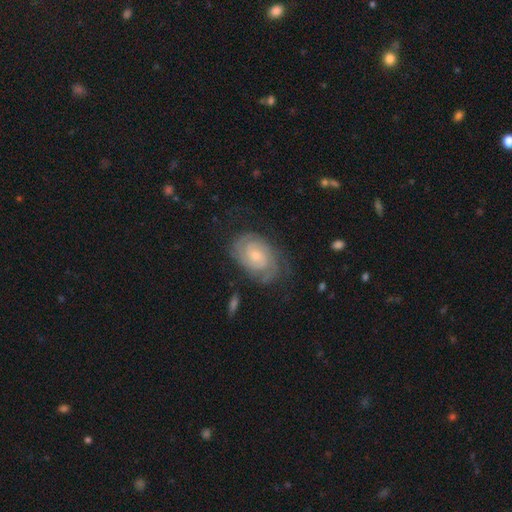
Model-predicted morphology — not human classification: The model was most divided on "spiral arm count": 2: 48%, can't tell: 26%, 3: 14%, 4: 5%, 1: 4%, more than 4: 4%. More confident: edge-on disk — no (97%); spiral arms — yes (95%); smooth or featured — featured or disk (81%); spiral winding — tight (72%); merging — none (71%); bar — no (68%); bulge size — small (62%).